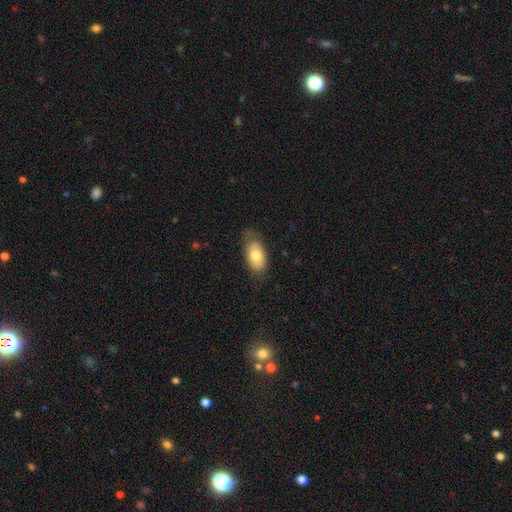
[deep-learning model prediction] This is likely a smooth galaxy (75%). How rounded: clearly in between (92%). Merging: likely none (62%).